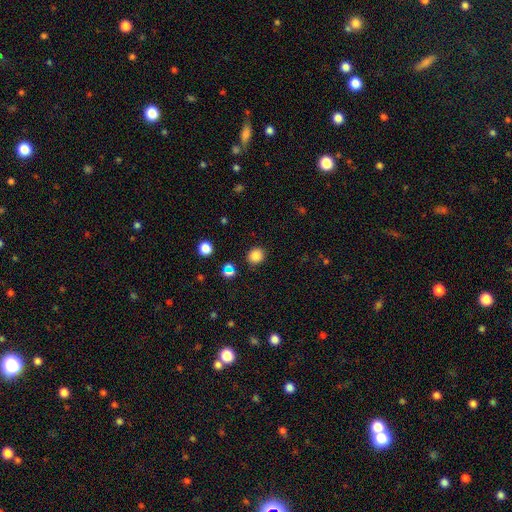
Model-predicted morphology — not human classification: Smooth or featured?
  - smooth: 83% *
  - star or artifact: 12%
  - featured or disk: 5%
How rounded?
  - round: 82% *
  - in between: 17%
  - cigar-shaped: 1%
Merging?
  - none: 86% *
  - minor disturbance: 8%
  - merger: 3%
  - major disturbance: 3%